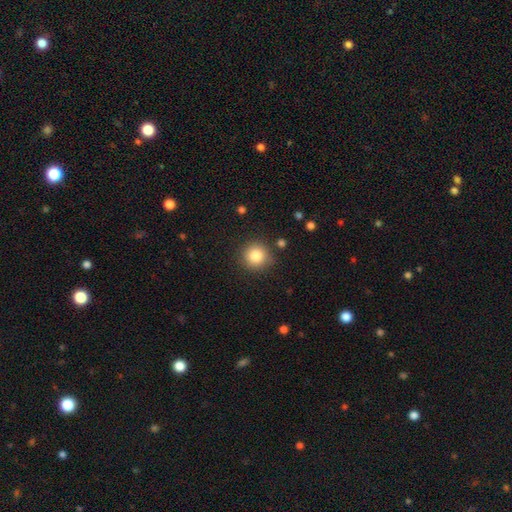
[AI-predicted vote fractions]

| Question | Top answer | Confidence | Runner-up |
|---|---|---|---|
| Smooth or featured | smooth | 83% | star or artifact (11%) |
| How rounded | round | 93% | in between (6%) |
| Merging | none | 87% | minor disturbance (8%) |